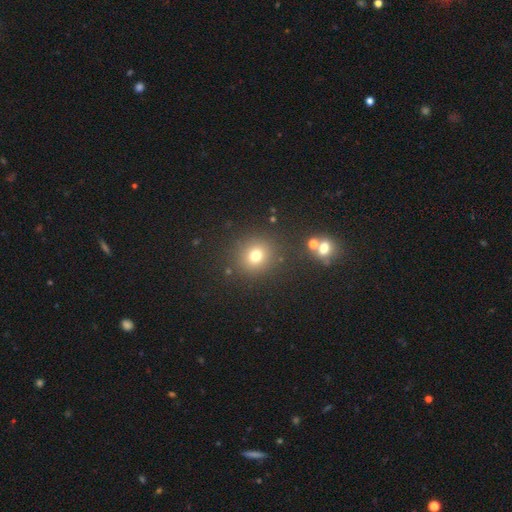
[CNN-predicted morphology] A smooth galaxy with no disk features (73%) that is round (87%). Merging: none (84%).